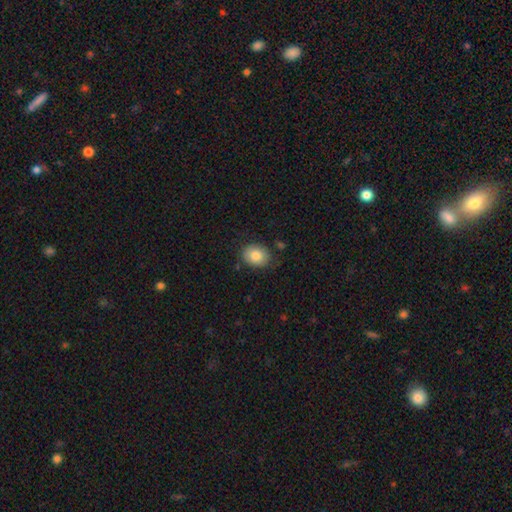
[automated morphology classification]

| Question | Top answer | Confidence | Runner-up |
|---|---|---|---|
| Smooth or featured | smooth | 83% | featured or disk (9%) |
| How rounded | in between | 53% | round (46%) |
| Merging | none | 81% | minor disturbance (14%) |